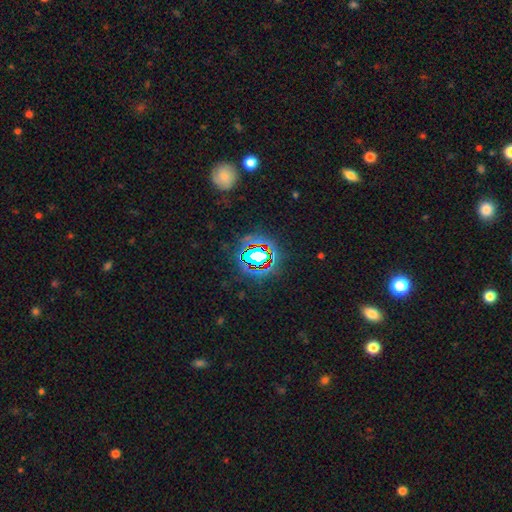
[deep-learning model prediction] A star or artifact, not a galaxy (74%).